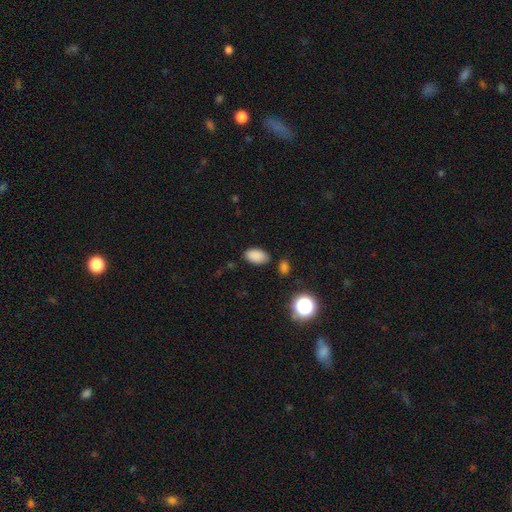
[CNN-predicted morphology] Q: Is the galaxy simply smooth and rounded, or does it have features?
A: smooth — 86%.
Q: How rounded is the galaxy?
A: in between — 93%.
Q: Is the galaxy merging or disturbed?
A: none — 81%.